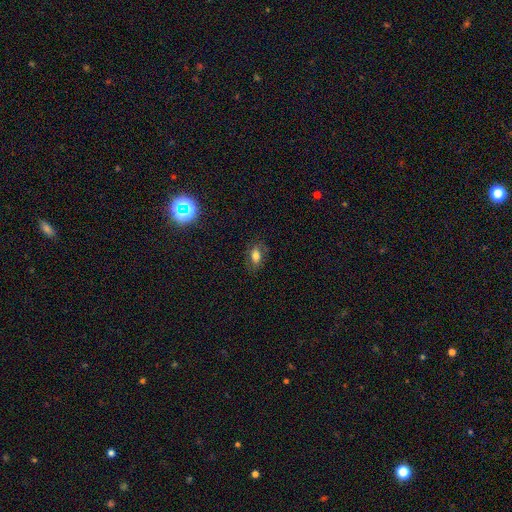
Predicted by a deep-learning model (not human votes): This appears to be a smooth galaxy with no disk features (66%) that is in between round and cigar-shaped (84%). Merging: none (76%).